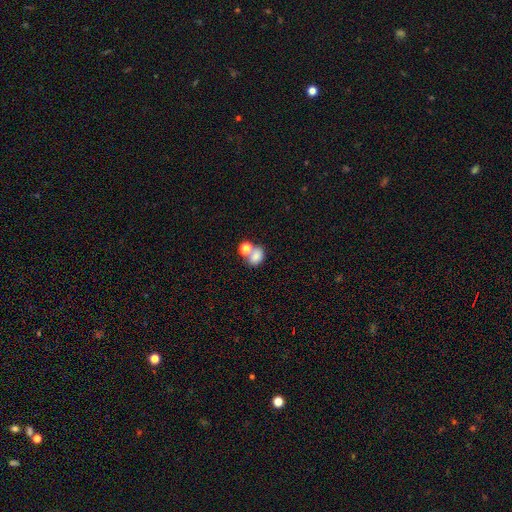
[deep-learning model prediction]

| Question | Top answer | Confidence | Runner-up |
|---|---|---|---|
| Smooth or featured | smooth | 79% | star or artifact (12%) |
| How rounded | in between | 66% | round (32%) |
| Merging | merger | 45% | none (40%) |